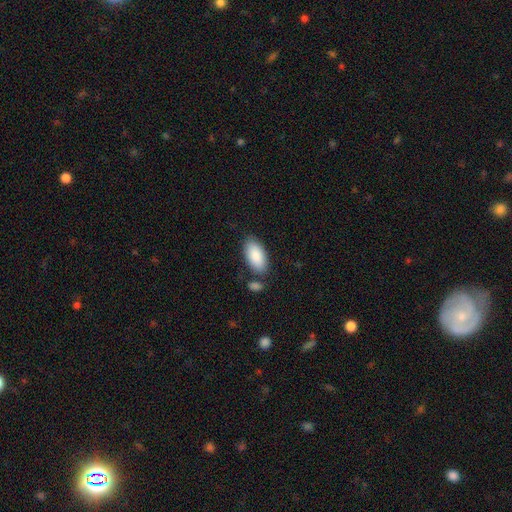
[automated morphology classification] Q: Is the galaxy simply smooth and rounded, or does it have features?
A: smooth — 88%.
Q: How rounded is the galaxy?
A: in between — 94%.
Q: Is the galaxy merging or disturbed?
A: none — 74%.